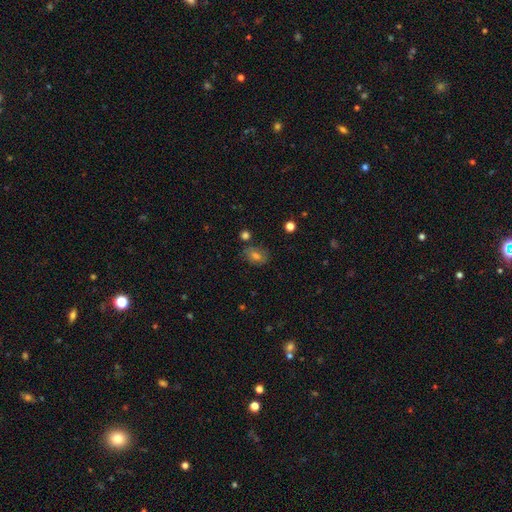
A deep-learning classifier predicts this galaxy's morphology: Overall: smooth (54%; featured or disk 24%). How rounded: in between (68%; round 30%). Merging: none (74%).